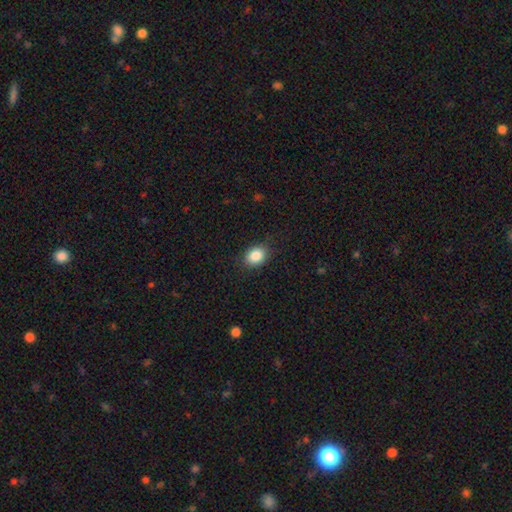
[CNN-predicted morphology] Smooth or featured?
  - smooth: 87% *
  - star or artifact: 9%
  - featured or disk: 5%
How rounded?
  - in between: 56% *
  - round: 43%
  - cigar-shaped: 1%
Merging?
  - none: 85% *
  - minor disturbance: 11%
  - major disturbance: 3%
  - merger: 1%